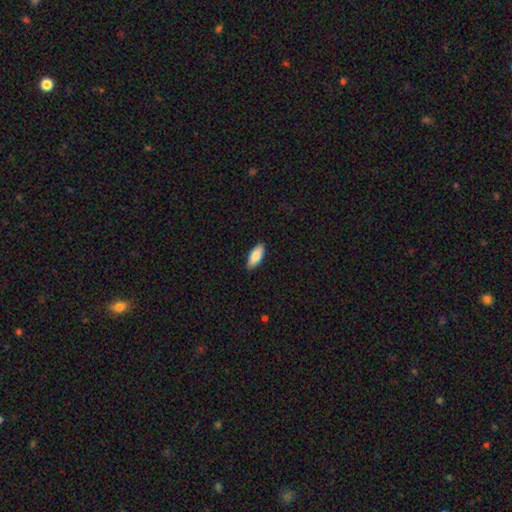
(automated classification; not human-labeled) smooth-or-featured: smooth: 85% | featured or disk: 9% | star or artifact: 6%
  how-rounded: in between: 82% | cigar-shaped: 17% | round: 2%
  merging: none: 89% | minor disturbance: 8% | major disturbance: 2% | merger: 1%